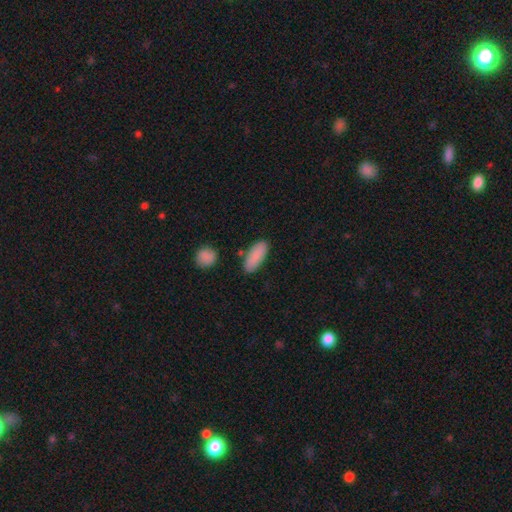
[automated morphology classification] Smooth or featured: smooth — 88% (star or artifact — 6%)
How rounded: in between — 77% (cigar-shaped — 21%)
Merging: none — 80% (minor disturbance — 12%)